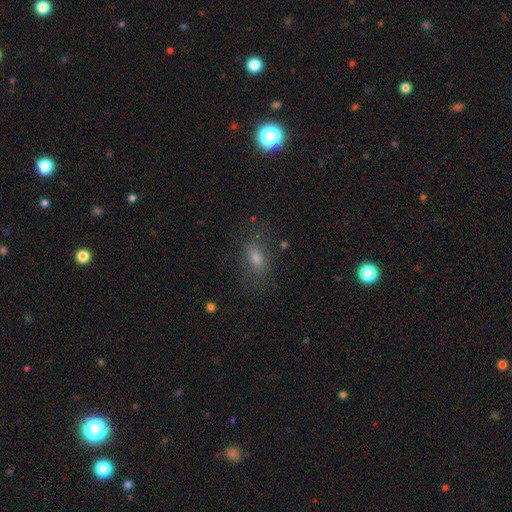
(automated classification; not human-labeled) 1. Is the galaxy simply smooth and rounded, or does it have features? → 60% smooth, 20% featured or disk, 20% star or artifact.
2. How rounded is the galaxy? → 76% in between, 14% round, 10% cigar-shaped.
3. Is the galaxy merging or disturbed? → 72% none, 16% minor disturbance, 9% major disturbance, 2% merger.